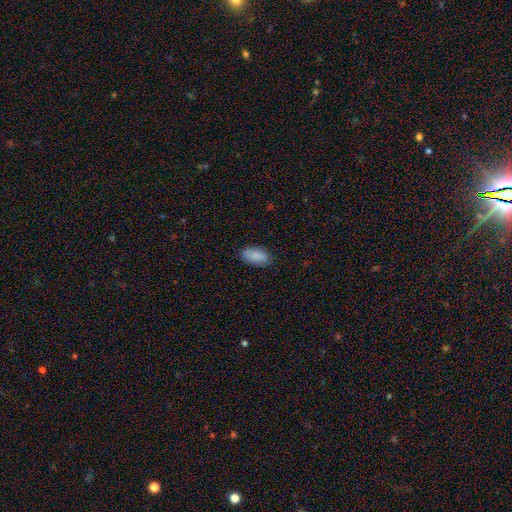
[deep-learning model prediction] smooth-or-featured: smooth: 87% | star or artifact: 6% | featured or disk: 6%
  how-rounded: in between: 93% | cigar-shaped: 5% | round: 3%
  merging: none: 83% | minor disturbance: 13% | major disturbance: 3% | merger: 1%